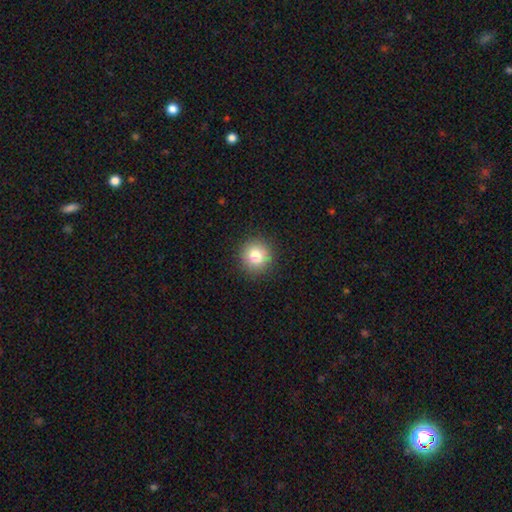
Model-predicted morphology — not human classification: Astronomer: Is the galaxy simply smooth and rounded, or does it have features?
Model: smooth — 80%.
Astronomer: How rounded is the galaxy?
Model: round — 93%.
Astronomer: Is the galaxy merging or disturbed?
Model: none — 90%.